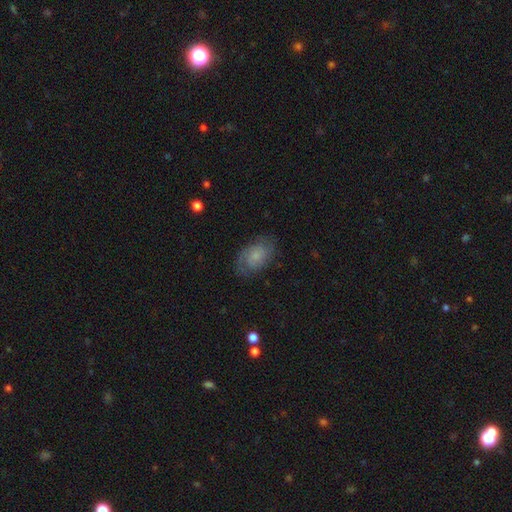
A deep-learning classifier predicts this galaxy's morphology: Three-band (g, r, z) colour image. It shows a featured or disk galaxy (59%) with no bar (74%), 2 (56%) tight (44%) spiral arms (89%) and a small central bulge (54%). Merging: none (73%).